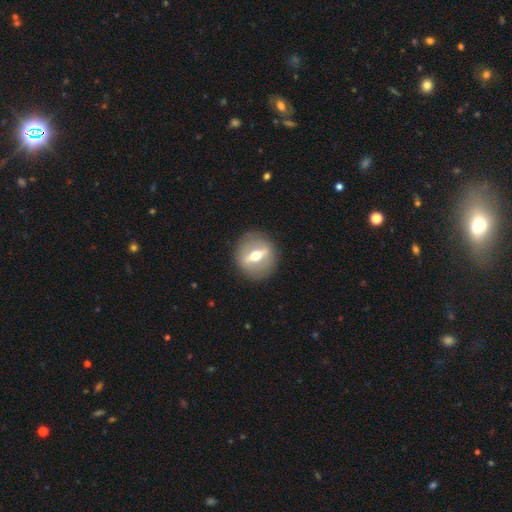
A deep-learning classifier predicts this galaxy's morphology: smooth-or-featured: featured or disk: 69% | smooth: 24% | star or artifact: 7%
  disk-edge-on: no: 57% | yes: 43%
  merging: none: 88% | minor disturbance: 7% | major disturbance: 3% | merger: 1%